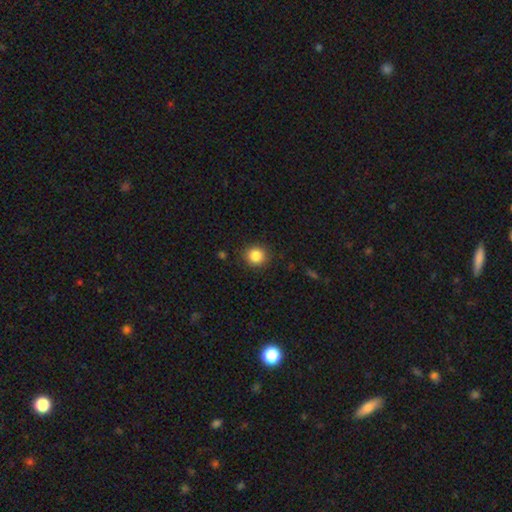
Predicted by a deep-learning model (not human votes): smooth 85%, star or artifact 10%, featured or disk 4%. Down the decision tree: how rounded — round (91%); merging — none (89%).